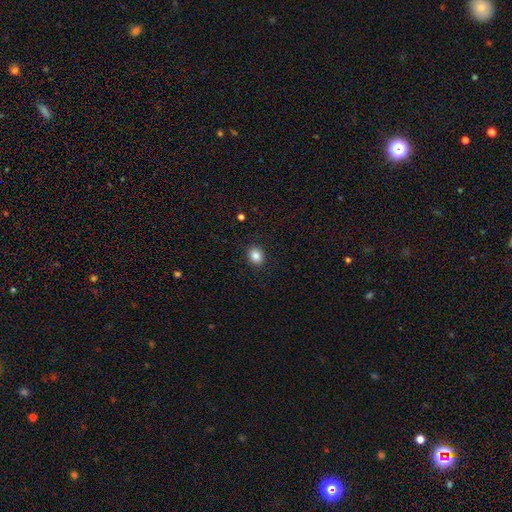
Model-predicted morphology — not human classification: Smooth or featured?
  - smooth: 84% *
  - star or artifact: 10%
  - featured or disk: 5%
How rounded?
  - round: 67% *
  - in between: 32%
  - cigar-shaped: 1%
Merging?
  - none: 91% *
  - minor disturbance: 6%
  - major disturbance: 2%
  - merger: 1%